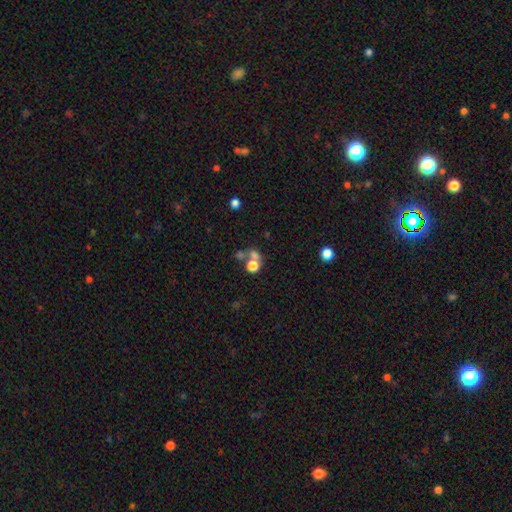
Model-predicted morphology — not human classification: Smooth or featured: smooth — 66% (star or artifact — 19%)
How rounded: round — 76% (in between — 22%)
Merging: merger — 45% (none — 40%)